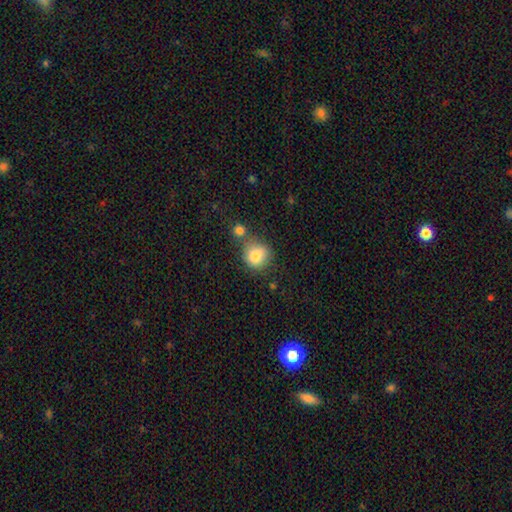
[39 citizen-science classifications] smooth 85%, featured or disk 10%, star or artifact 5%. Down the decision tree: how rounded — round (85%); merging — none (57%).